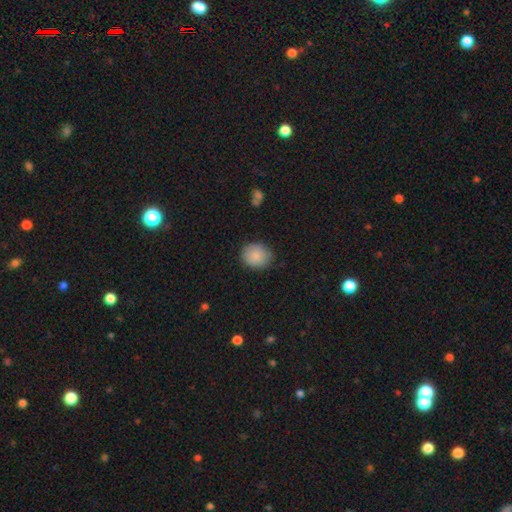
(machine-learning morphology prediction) Smooth or featured: smooth — 86% (star or artifact — 7%)
How rounded: round — 72% (in between — 27%)
Merging: none — 79% (minor disturbance — 17%)